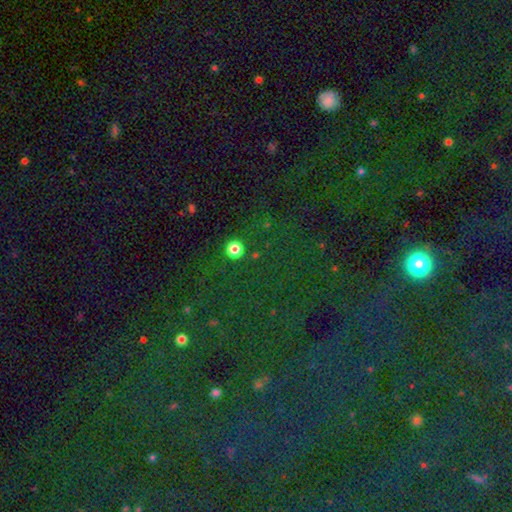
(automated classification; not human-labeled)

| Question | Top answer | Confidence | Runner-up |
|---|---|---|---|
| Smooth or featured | star or artifact | 51% | smooth (43%) |